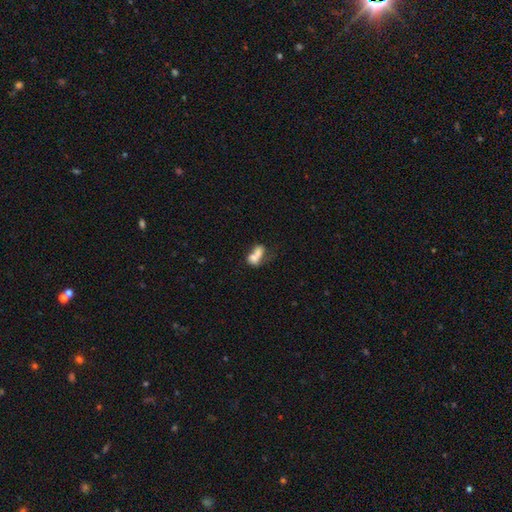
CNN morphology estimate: This is likely a smooth galaxy (68%). How rounded: likely in between (71%). Merging: likely merger (72%).